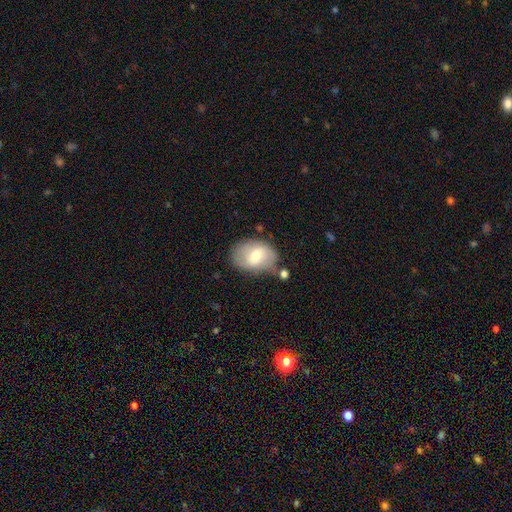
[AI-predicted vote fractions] smooth-or-featured: smooth: 54% | featured or disk: 39% | star or artifact: 7%
  how-rounded: in between: 79% | round: 20% | cigar-shaped: 1%
  merging: none: 64% | minor disturbance: 22% | merger: 7% | major disturbance: 7%